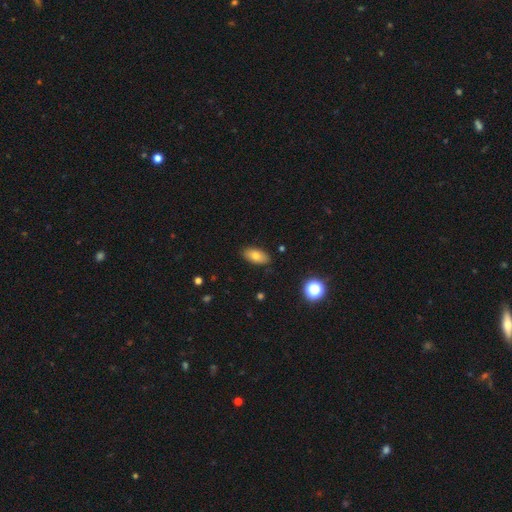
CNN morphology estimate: Smooth or featured: smooth — 77% (featured or disk — 14%)
How rounded: in between — 90% (cigar-shaped — 5%)
Merging: none — 87% (minor disturbance — 10%)